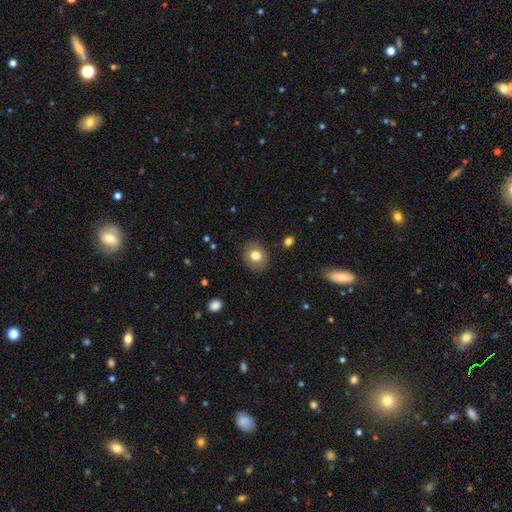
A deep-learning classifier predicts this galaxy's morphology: Smooth or featured? Predicted: smooth (p=0.80). How rounded? Predicted: round (p=0.71). Merging? Predicted: none (p=0.88).